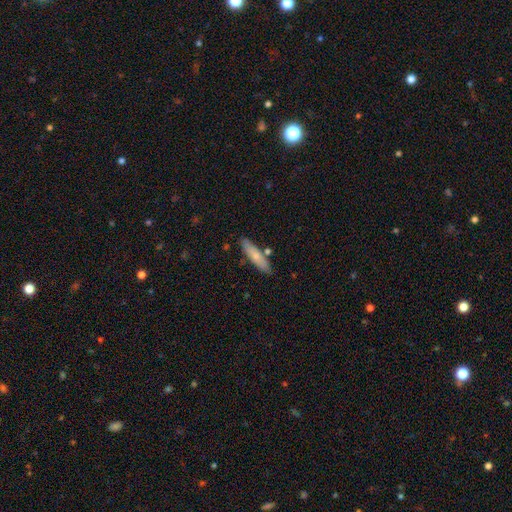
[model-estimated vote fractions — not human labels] This appears to be a smooth galaxy with no disk features (71%) that is cigar-shaped (79%). Merging: none (82%).